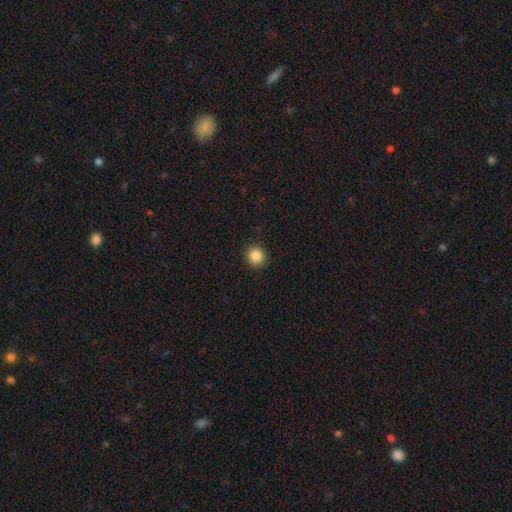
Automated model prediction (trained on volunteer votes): The model was most divided on "smooth or featured": smooth: 87%, star or artifact: 10%, featured or disk: 3%. More confident: how rounded — round (92%); merging — none (91%).